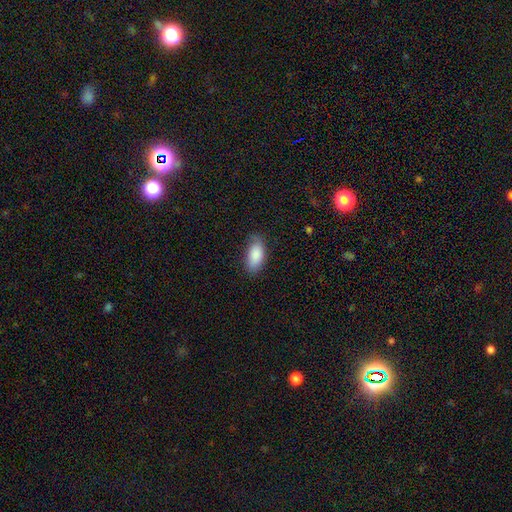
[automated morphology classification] This appears to be a smooth galaxy with no disk features (87%) that is in between round and cigar-shaped (91%). Merging: none (75%).